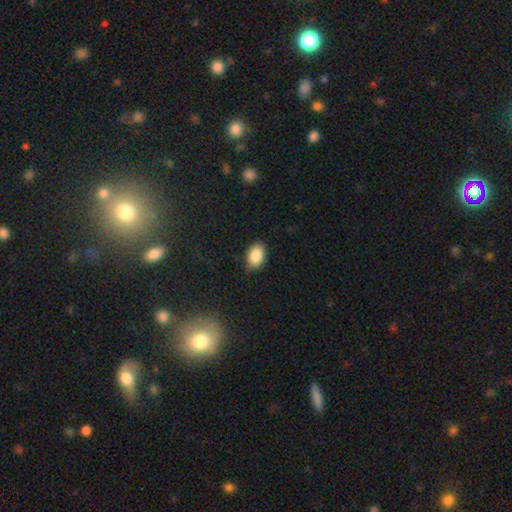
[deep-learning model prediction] Smooth or featured: smooth — 86% (star or artifact — 8%)
How rounded: in between — 85% (round — 14%)
Merging: none — 81% (minor disturbance — 15%)